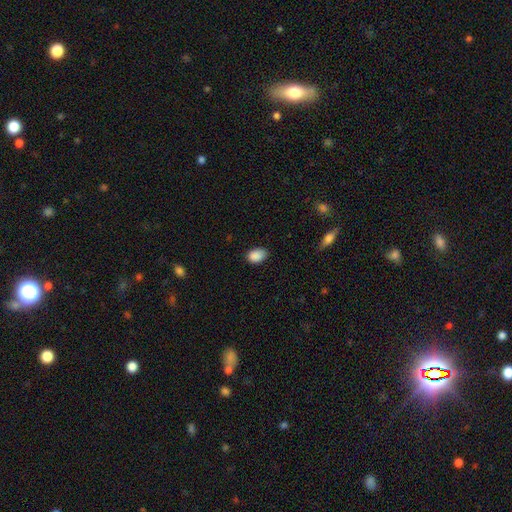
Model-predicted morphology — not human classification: Smooth or featured? smooth (89%)
How rounded? in between (86%)
Merging? none (77%)